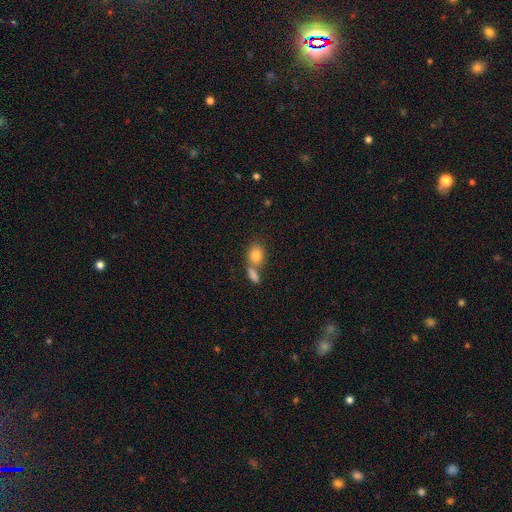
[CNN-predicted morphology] type=smooth (83%); roundness=in between (55%); merging=merger (46%).